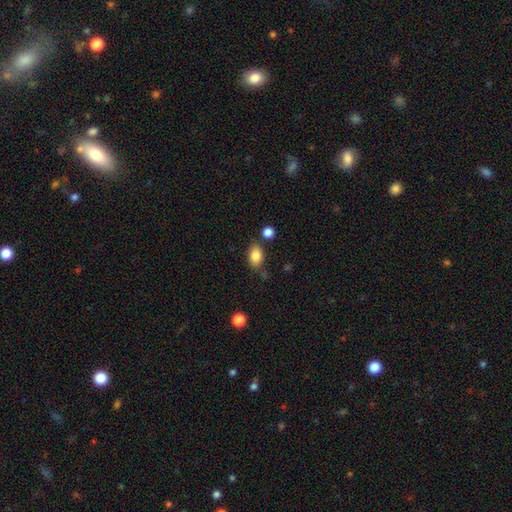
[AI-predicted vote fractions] smooth 84%, star or artifact 8%, featured or disk 7%. Down the decision tree: how rounded — in between (85%); merging — none (75%).